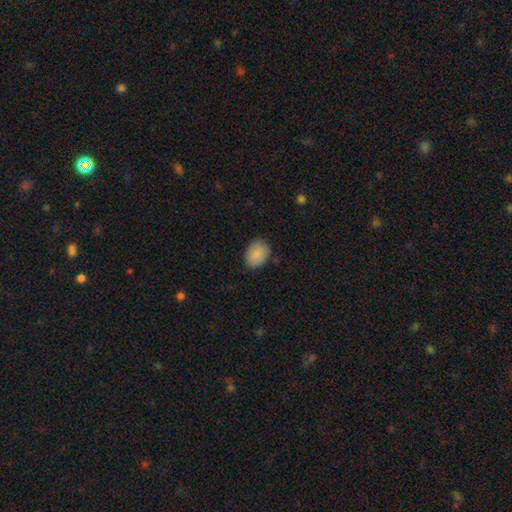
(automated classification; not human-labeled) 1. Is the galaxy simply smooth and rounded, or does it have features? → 87% smooth, 7% star or artifact, 6% featured or disk.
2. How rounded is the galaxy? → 70% in between, 29% round, 1% cigar-shaped.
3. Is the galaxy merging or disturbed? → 82% none, 14% minor disturbance, 3% major disturbance, 1% merger.